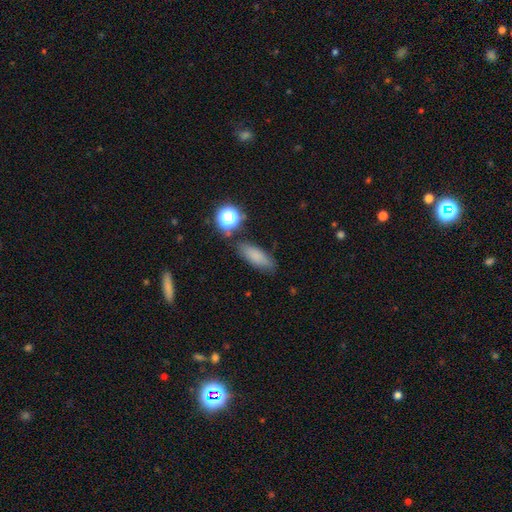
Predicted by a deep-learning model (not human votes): smooth 78%, star or artifact 12%, featured or disk 10%. Down the decision tree: how rounded — in between (62%); merging — none (76%).